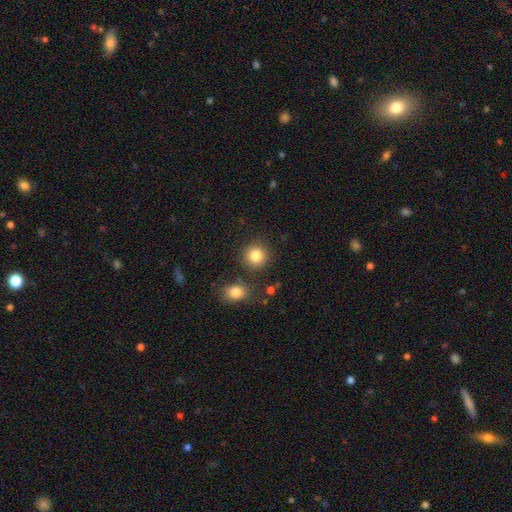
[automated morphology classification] Smooth or featured: smooth — 85% (star or artifact — 10%)
How rounded: round — 90% (in between — 9%)
Merging: none — 84% (minor disturbance — 8%)